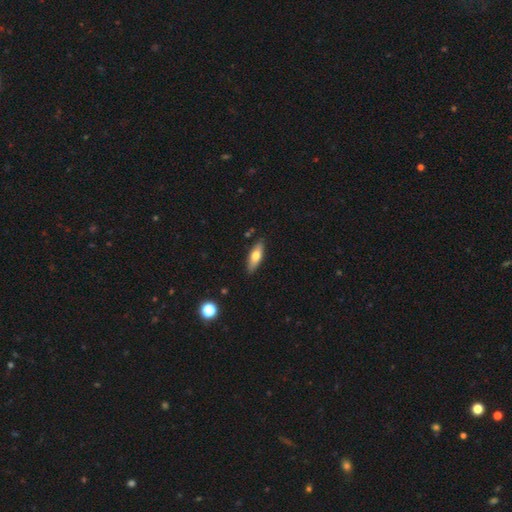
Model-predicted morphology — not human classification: This is likely a smooth galaxy (64%). How rounded: possibly in between (56%). Merging: clearly none (85%).